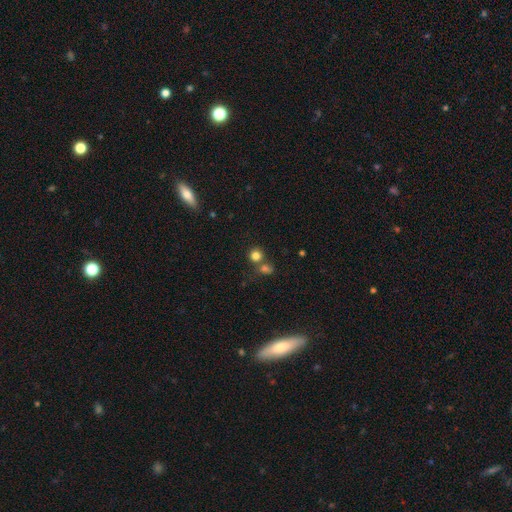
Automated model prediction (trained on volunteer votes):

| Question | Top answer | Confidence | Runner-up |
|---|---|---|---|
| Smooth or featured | smooth | 79% | star or artifact (14%) |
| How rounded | round | 87% | in between (11%) |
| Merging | none | 60% | merger (28%) |